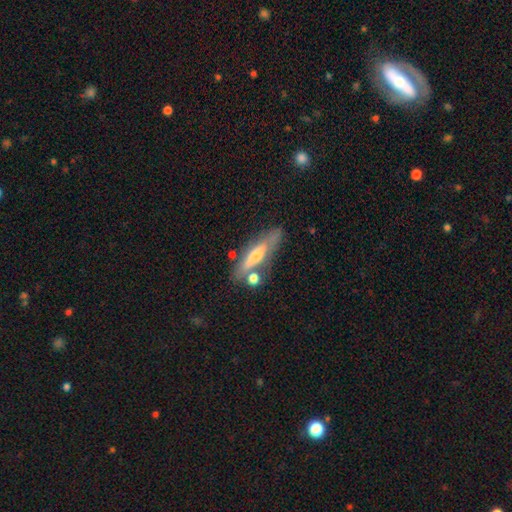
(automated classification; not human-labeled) smooth-or-featured: featured or disk: 49% | smooth: 43% | star or artifact: 8%
  merging: none: 65% | minor disturbance: 16% | merger: 13% | major disturbance: 6%